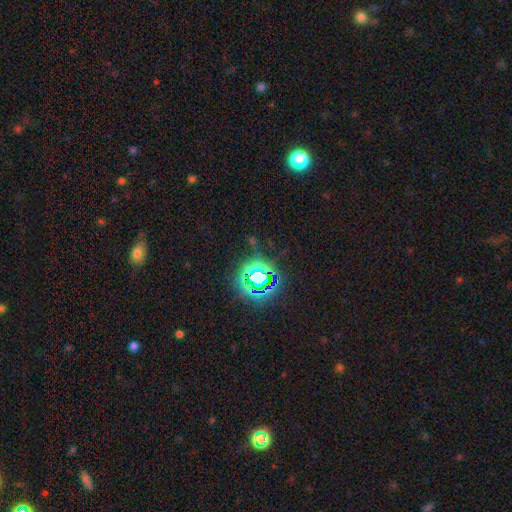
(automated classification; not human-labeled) A star or artifact, not a galaxy (77%).

Vote fractions:
- Smooth or featured? star or artifact: 77% / smooth: 16% / featured or disk: 8%